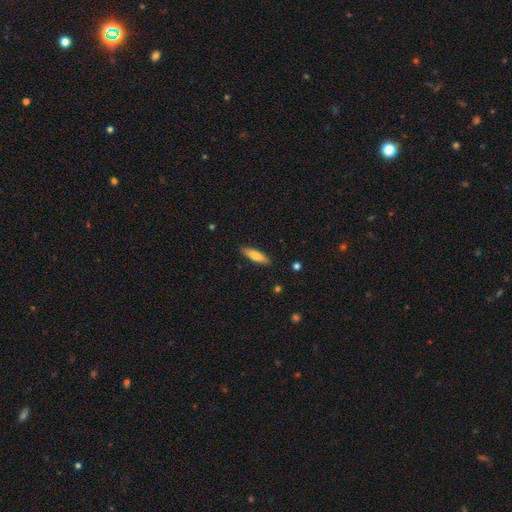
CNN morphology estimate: type=smooth (79%); roundness=cigar-shaped (63%); merging=none (87%).